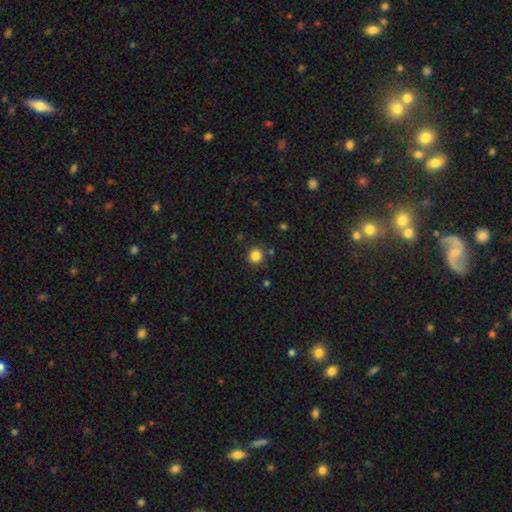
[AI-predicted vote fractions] smooth 84%, star or artifact 12%, featured or disk 4%. Down the decision tree: how rounded — round (93%); merging — none (87%).